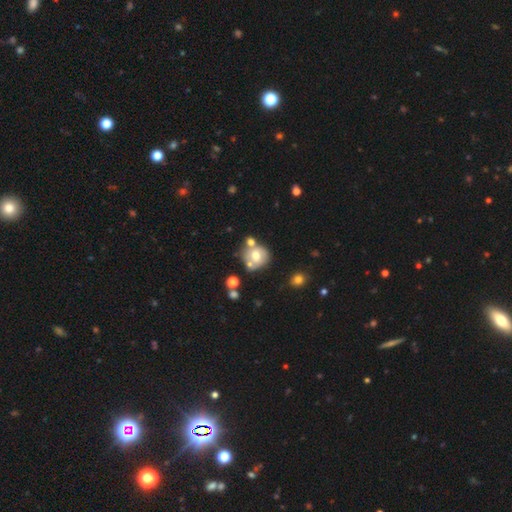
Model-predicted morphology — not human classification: smooth 58%, featured or disk 32%, star or artifact 10%. Down the decision tree: how rounded — round (81%); merging — none (51%).